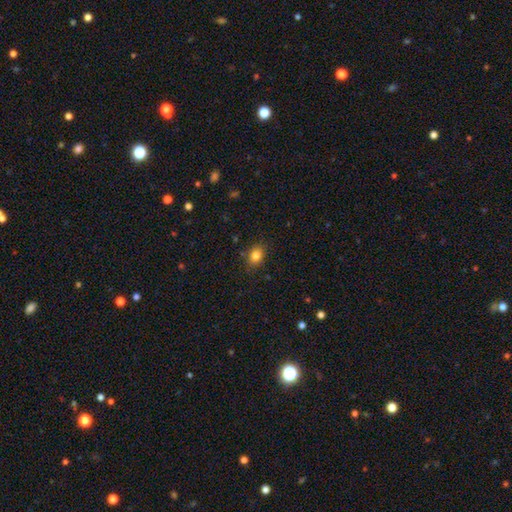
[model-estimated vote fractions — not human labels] A smooth galaxy with no disk features (82%) that is in between round and cigar-shaped (68%).

Vote fractions:
- Smooth or featured? smooth: 82% / star or artifact: 10% / featured or disk: 8%
- How rounded? in between: 68% / round: 31% / cigar-shaped: 1%
- Merging? none: 84% / minor disturbance: 12% / major disturbance: 3% / merger: 2%